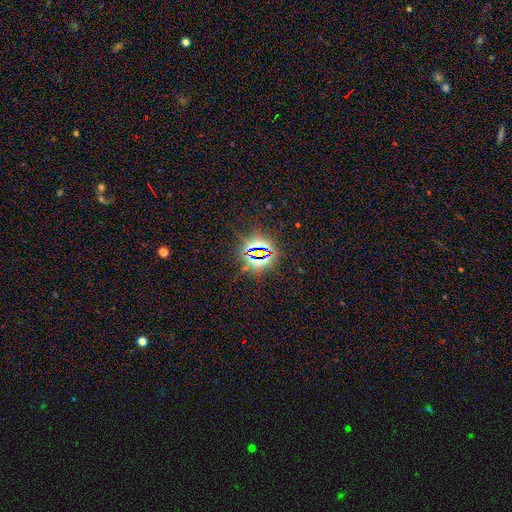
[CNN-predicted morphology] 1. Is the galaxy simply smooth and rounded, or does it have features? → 82% star or artifact, 10% smooth, 8% featured or disk.